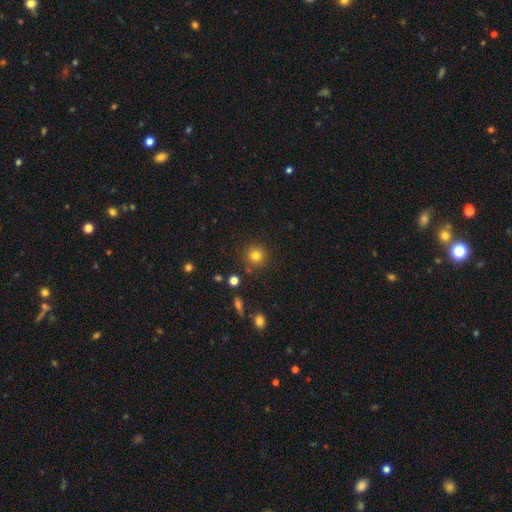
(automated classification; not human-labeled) smooth 80%, star or artifact 13%, featured or disk 7%. Down the decision tree: how rounded — round (93%); merging — none (87%).